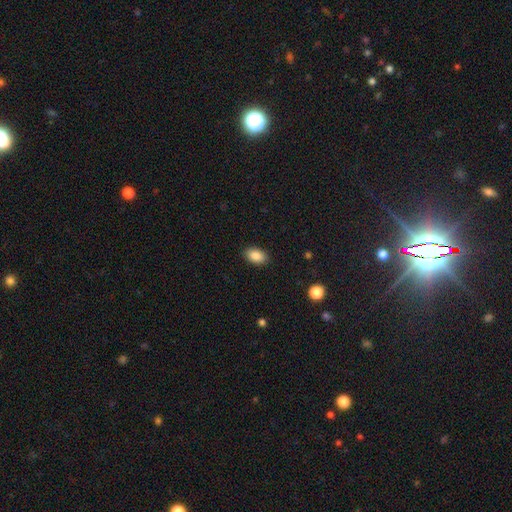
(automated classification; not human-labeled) A smooth galaxy with no disk features (88%) that is in between round and cigar-shaped (91%). Merging: none (89%).